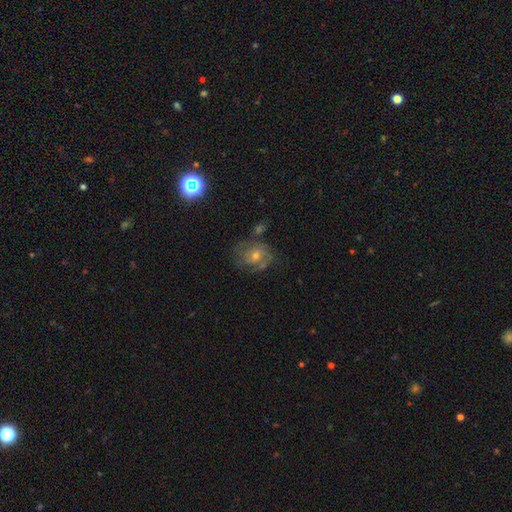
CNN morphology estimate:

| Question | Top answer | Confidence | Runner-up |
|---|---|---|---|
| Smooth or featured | featured or disk | 67% | star or artifact (17%) |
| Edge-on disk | no | 97% | yes (3%) |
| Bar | no | 67% | weak (28%) |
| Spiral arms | yes | 87% | no (13%) |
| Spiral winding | tight | 50% | medium (39%) |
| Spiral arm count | can't tell | 39% | 2 (22%) |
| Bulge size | moderate | 49% | small (45%) |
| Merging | none | 66% | minor disturbance (18%) |